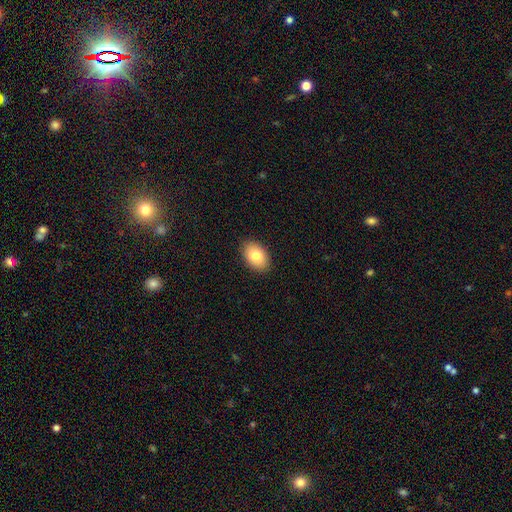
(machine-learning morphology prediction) smooth_or_featured: smooth (p=0.82) [alt: featured or disk p=0.11]
how_rounded: in between (p=0.88) [alt: round p=0.11]
merging: none (p=0.89) [alt: minor disturbance p=0.08]